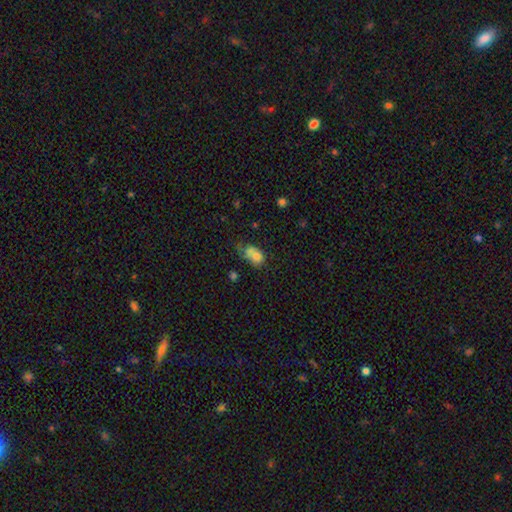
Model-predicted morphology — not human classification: The model was most divided on "merging": merger: 30%, none: 27%, minor disturbance: 24%, major disturbance: 19%. More confident: smooth or featured — smooth (68%); how rounded — in between (68%).